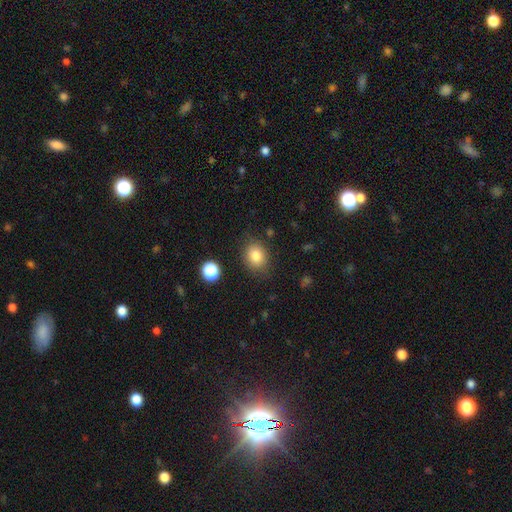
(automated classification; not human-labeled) smooth 82%, star or artifact 11%, featured or disk 8%. Down the decision tree: how rounded — round (58%); merging — none (82%).